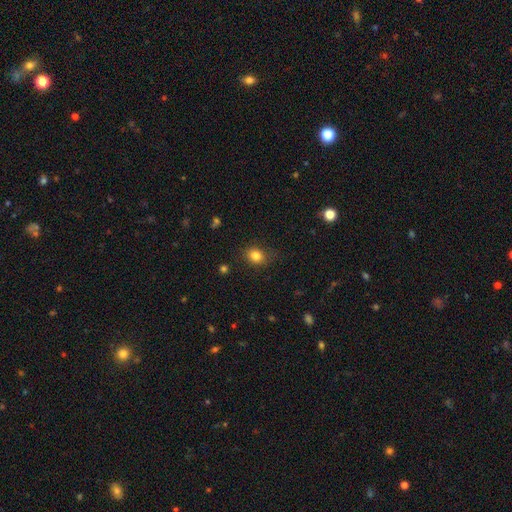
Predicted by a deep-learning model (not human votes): Q: Smooth or featured?
A: smooth (82%); runner-up: star or artifact (12%)
Q: How rounded?
A: round (57%); runner-up: in between (42%)
Q: Merging?
A: none (78%); runner-up: minor disturbance (16%)